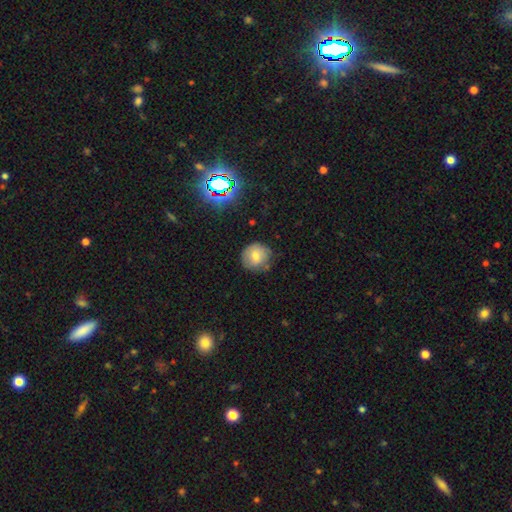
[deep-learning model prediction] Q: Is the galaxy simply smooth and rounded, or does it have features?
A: smooth — 69%.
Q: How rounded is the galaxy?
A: round — 89%.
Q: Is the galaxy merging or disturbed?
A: none — 72%.